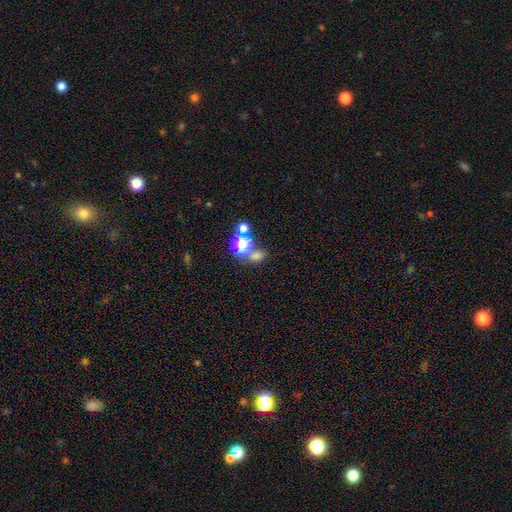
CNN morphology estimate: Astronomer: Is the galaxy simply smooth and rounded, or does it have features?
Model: smooth — 65%.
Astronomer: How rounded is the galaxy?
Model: round — 49%, tied with in between at 49%.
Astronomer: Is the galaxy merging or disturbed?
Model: none — 53% (runner-up: merger, 30%).